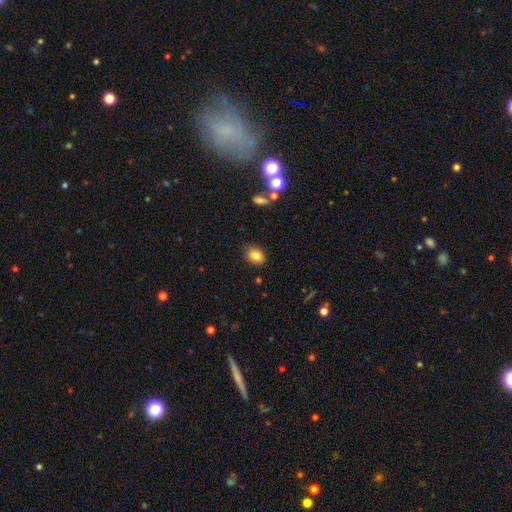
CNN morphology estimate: Q: Smooth or featured?
A: smooth (82%); runner-up: star or artifact (10%)
Q: How rounded?
A: in between (63%); runner-up: round (36%)
Q: Merging?
A: none (86%); runner-up: minor disturbance (10%)